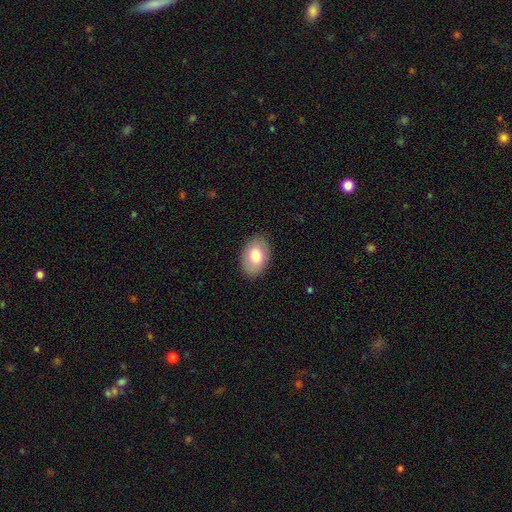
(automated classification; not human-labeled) Q: Smooth or featured?
A: smooth (77%); runner-up: featured or disk (17%)
Q: How rounded?
A: in between (87%); runner-up: round (12%)
Q: Merging?
A: none (87%); runner-up: minor disturbance (10%)